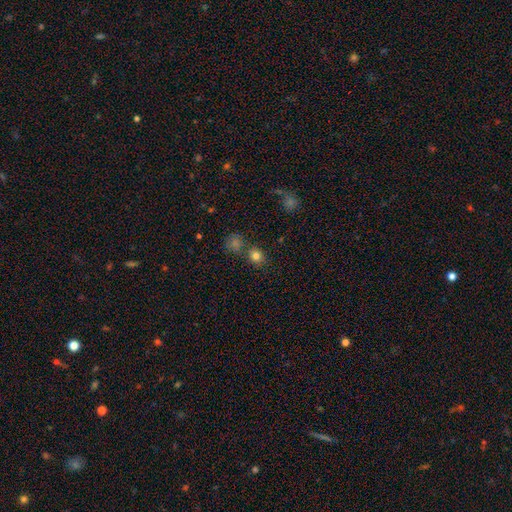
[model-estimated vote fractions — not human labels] This is likely a smooth galaxy (80%). How rounded: likely round (79%). Merging: likely none (70%).